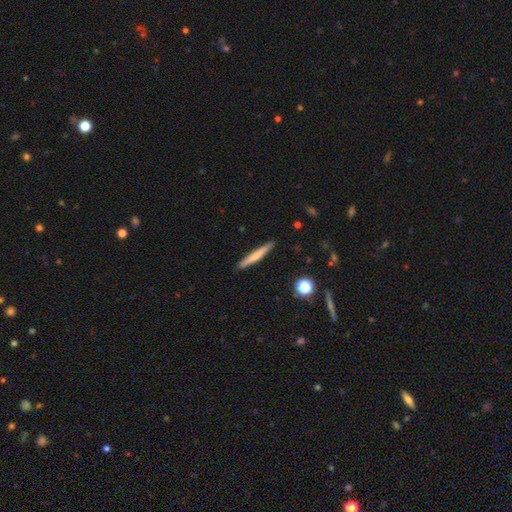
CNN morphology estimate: A smooth galaxy with no disk features (66%) that is cigar-shaped (95%). Merging: none (90%).